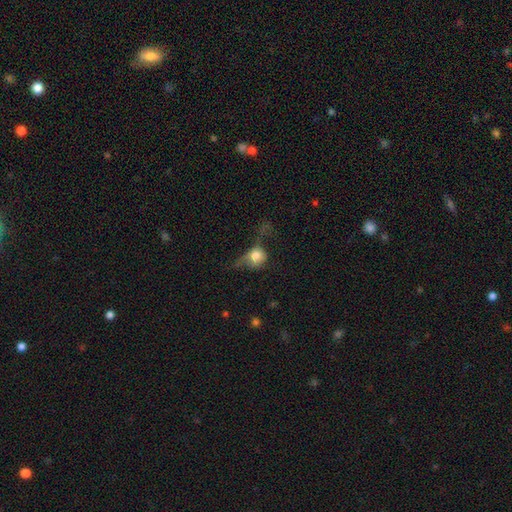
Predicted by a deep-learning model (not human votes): The model was most divided on "merging": major disturbance: 46%, none: 26%, minor disturbance: 22%, merger: 6%. More confident: smooth or featured — smooth (61%); how rounded — round (60%).